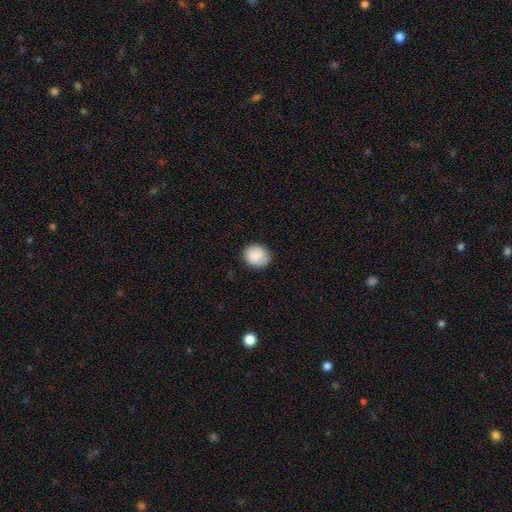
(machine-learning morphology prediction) This is clearly a smooth galaxy (88%). How rounded: likely round (68%). Merging: clearly none (86%).